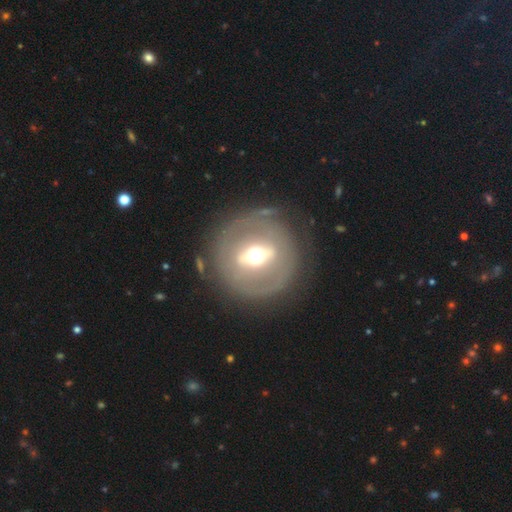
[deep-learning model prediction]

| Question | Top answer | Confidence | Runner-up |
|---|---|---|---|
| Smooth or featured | featured or disk | 67% | smooth (26%) |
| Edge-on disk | no | 84% | yes (16%) |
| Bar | strong | 60% | weak (25%) |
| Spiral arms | no | 80% | yes (20%) |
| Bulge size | moderate | 67% | large (16%) |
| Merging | none | 79% | minor disturbance (11%) |